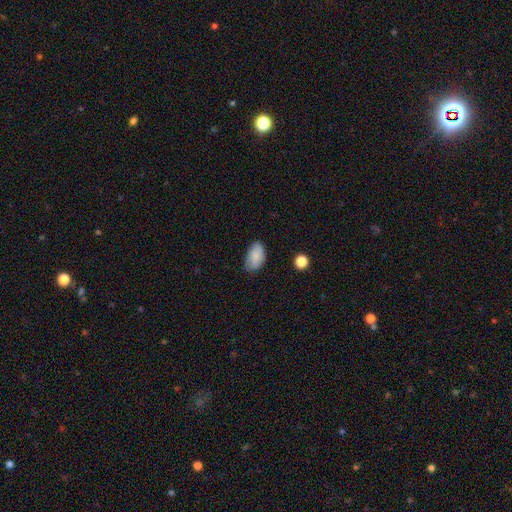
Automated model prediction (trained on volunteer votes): Morphology: type=smooth (82%); roundness=in between (92%); merging=none (70%).